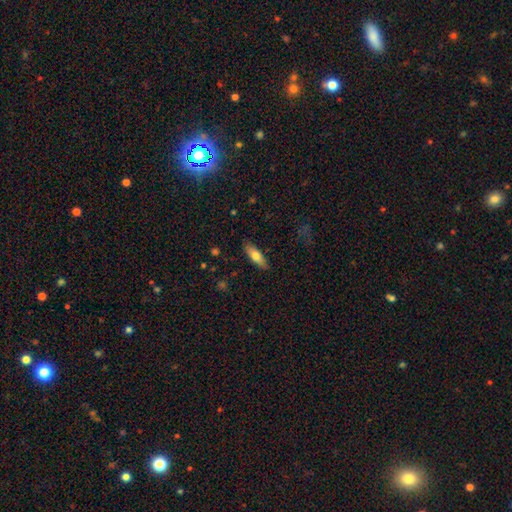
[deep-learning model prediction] This appears to be a smooth galaxy with no disk features (70%) that is in between round and cigar-shaped (57%). Merging: none (87%).